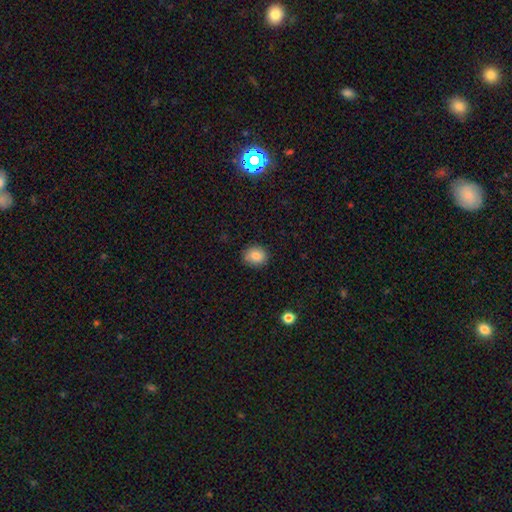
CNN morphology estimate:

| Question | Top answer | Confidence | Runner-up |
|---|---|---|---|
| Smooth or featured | smooth | 85% | star or artifact (9%) |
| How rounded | round | 74% | in between (25%) |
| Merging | none | 88% | minor disturbance (9%) |